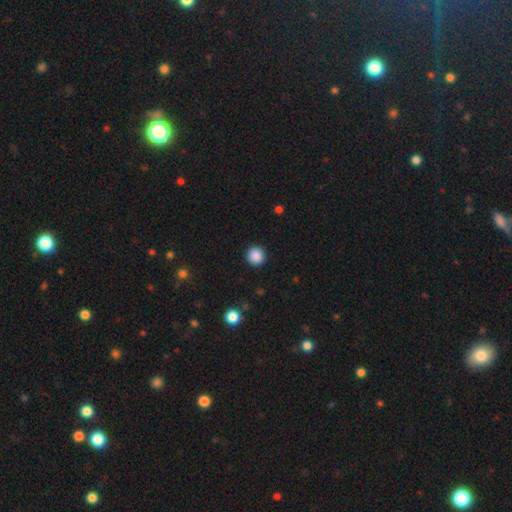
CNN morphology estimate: type=smooth (88%); roundness=round (94%); merging=none (92%).